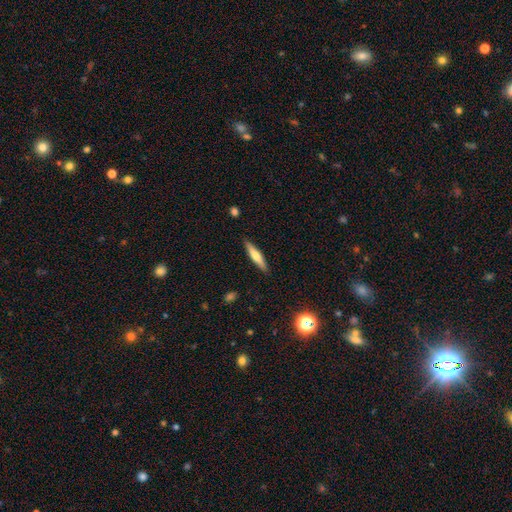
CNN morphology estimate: A smooth galaxy with no disk features (50%) that is cigar-shaped (85%). Merging: none (89%).